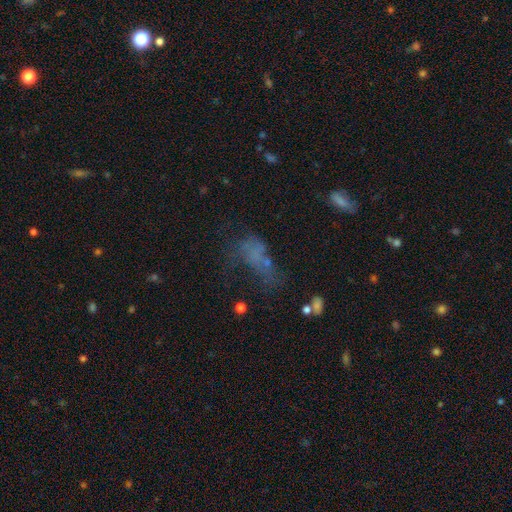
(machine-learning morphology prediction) This is marginally a smooth galaxy (44%). Merging: marginally major disturbance (40%).